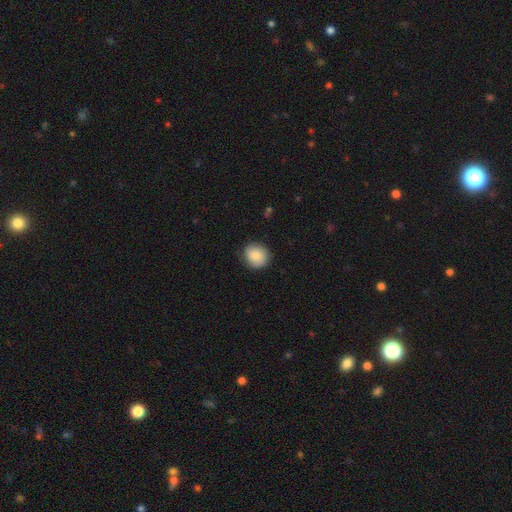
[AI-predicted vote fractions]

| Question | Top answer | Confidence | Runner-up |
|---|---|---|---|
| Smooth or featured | smooth | 82% | featured or disk (11%) |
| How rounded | round | 85% | in between (14%) |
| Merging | none | 83% | minor disturbance (13%) |